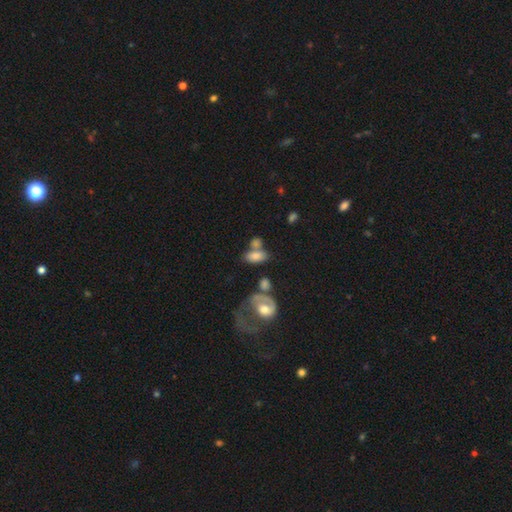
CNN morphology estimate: smooth-or-featured: smooth: 74% | featured or disk: 17% | star or artifact: 9%
  how-rounded: in between: 87% | round: 8% | cigar-shaped: 5%
  merging: none: 39% | merger: 38% | minor disturbance: 14% | major disturbance: 9%